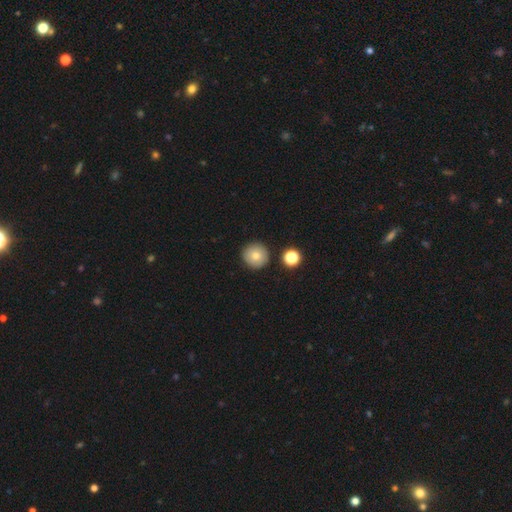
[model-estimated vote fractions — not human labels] This appears to be a smooth galaxy with no disk features (79%) that is round (96%). Merging: none (89%).